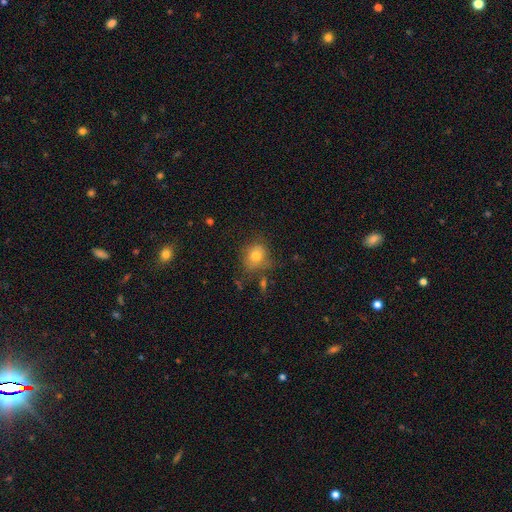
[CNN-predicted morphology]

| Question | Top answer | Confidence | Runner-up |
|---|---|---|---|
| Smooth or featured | smooth | 76% | star or artifact (12%) |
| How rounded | round | 72% | in between (27%) |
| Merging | none | 65% | minor disturbance (21%) |